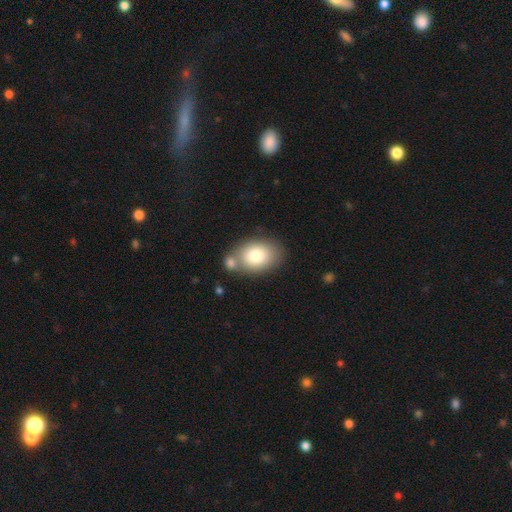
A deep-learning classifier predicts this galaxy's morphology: A smooth galaxy with no disk features (78%) that is in between round and cigar-shaped (76%).

Vote fractions:
- Smooth or featured? smooth: 78% / featured or disk: 14% / star or artifact: 7%
- How rounded? in between: 76% / round: 23% / cigar-shaped: 1%
- Merging? none: 56% / merger: 26% / minor disturbance: 14% / major disturbance: 4%